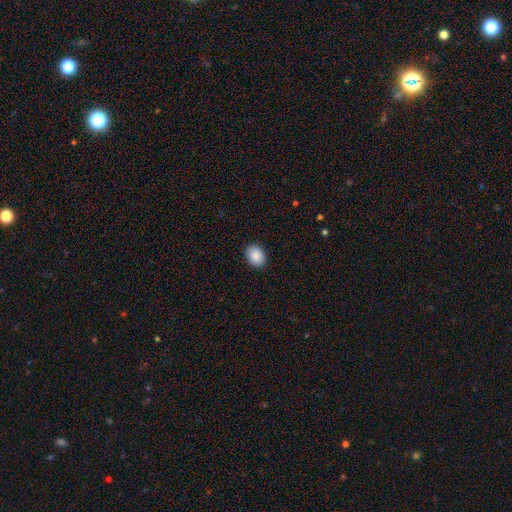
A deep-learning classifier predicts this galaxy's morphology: Smooth or featured: smooth — 89% (star or artifact — 7%)
How rounded: in between — 62% (round — 37%)
Merging: none — 90% (minor disturbance — 7%)